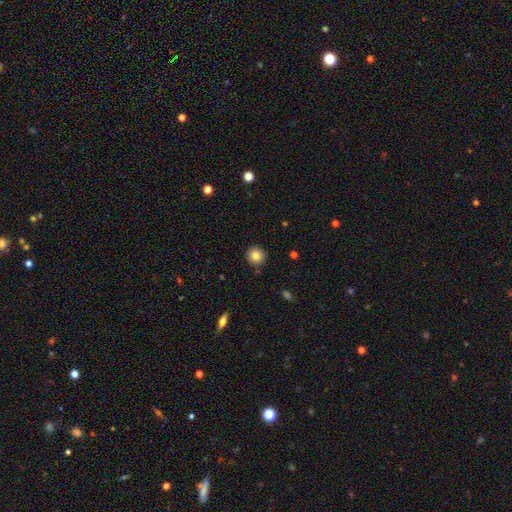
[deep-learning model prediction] Q: Smooth or featured?
A: smooth (83%); runner-up: star or artifact (10%)
Q: How rounded?
A: round (93%); runner-up: in between (6%)
Q: Merging?
A: none (89%); runner-up: minor disturbance (7%)